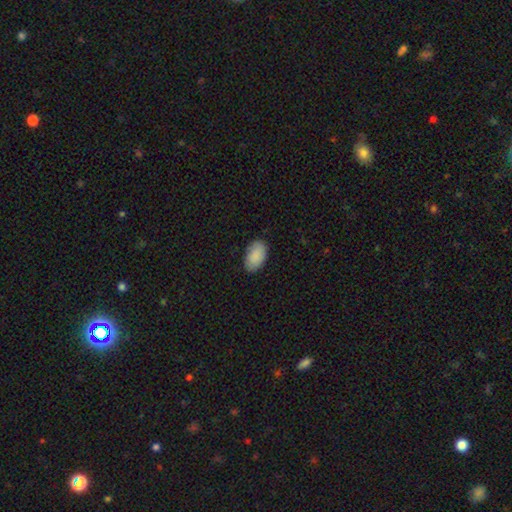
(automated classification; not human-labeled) The model was most divided on "merging": none: 83%, minor disturbance: 13%, major disturbance: 2%, merger: 1%. More confident: how rounded — in between (94%); smooth or featured — smooth (89%).